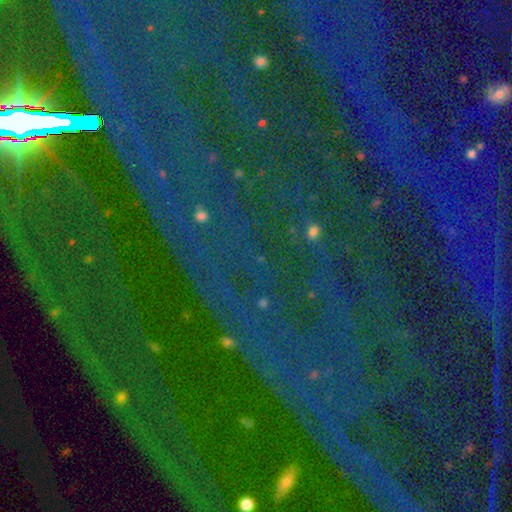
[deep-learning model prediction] The model was most divided on "smooth or featured": star or artifact: 86%, featured or disk: 8%, smooth: 7%.